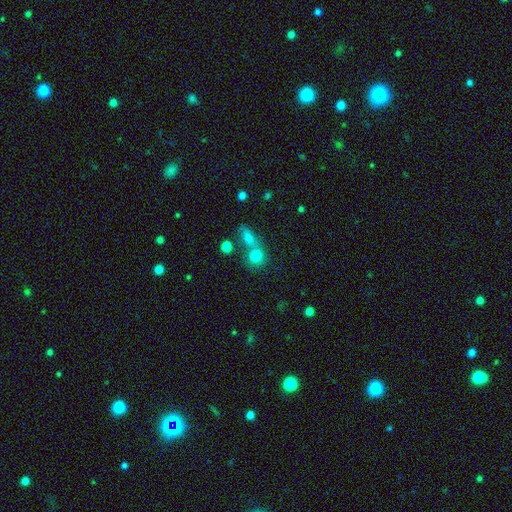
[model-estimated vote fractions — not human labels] The model was most divided on "merging": none: 46%, merger: 43%, minor disturbance: 8%, major disturbance: 3%. More confident: how rounded — round (78%); smooth or featured — smooth (77%).